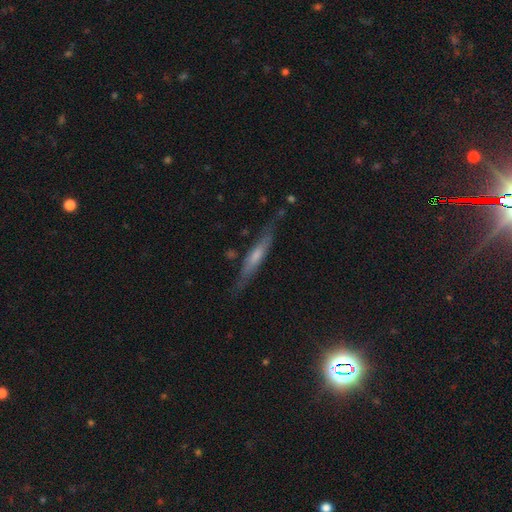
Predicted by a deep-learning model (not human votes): This appears to be a featured or disk galaxy (57%) viewed edge-on (88%). Merging: none (78%).